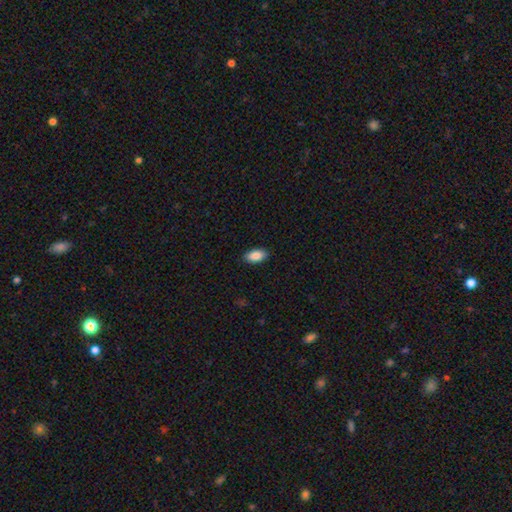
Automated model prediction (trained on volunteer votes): A smooth galaxy with no disk features (88%) that is in between round and cigar-shaped (92%). Merging: none (89%).